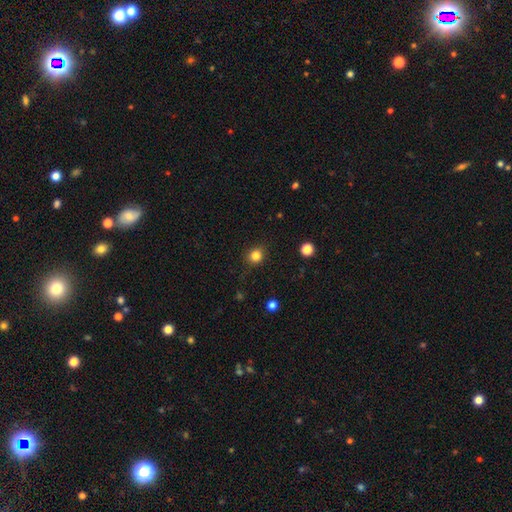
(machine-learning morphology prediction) Overall: smooth (83%). How rounded: round (85%). Merging: none (87%).